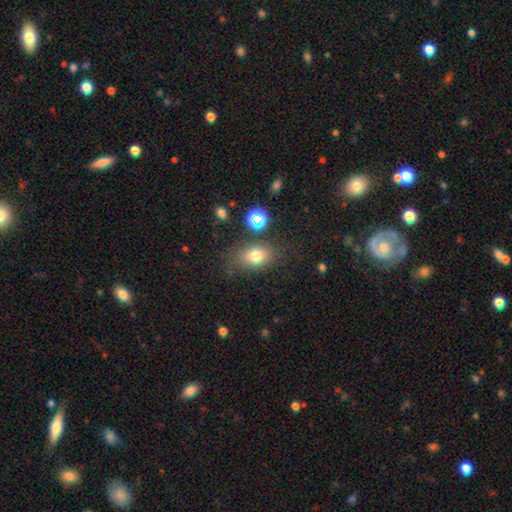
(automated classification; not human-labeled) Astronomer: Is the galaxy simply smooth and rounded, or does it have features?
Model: smooth — 76%.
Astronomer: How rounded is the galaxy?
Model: in between — 72%.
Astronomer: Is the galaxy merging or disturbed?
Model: none — 73%.